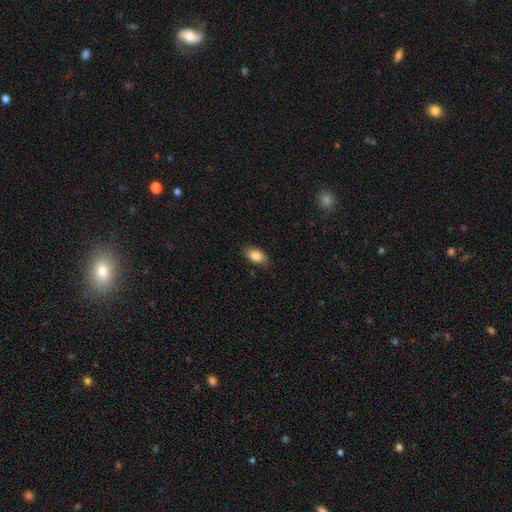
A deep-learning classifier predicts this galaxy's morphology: smooth-or-featured: smooth: 87% | star or artifact: 7% | featured or disk: 5%
  how-rounded: in between: 91% | round: 6% | cigar-shaped: 3%
  merging: none: 84% | minor disturbance: 12% | major disturbance: 3% | merger: 1%